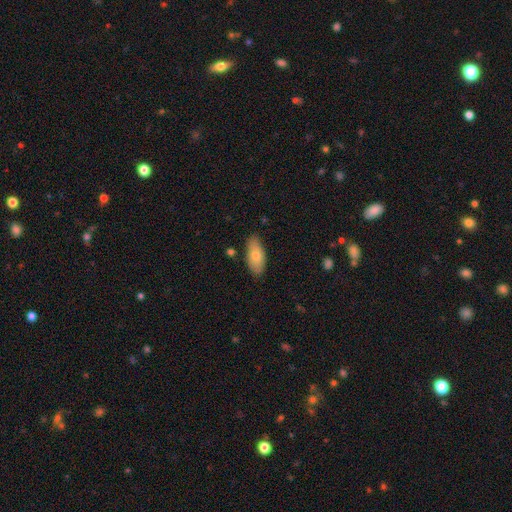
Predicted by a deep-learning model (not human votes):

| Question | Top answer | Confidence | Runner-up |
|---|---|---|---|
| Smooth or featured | smooth | 75% | featured or disk (19%) |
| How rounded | in between | 88% | cigar-shaped (10%) |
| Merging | none | 81% | minor disturbance (14%) |